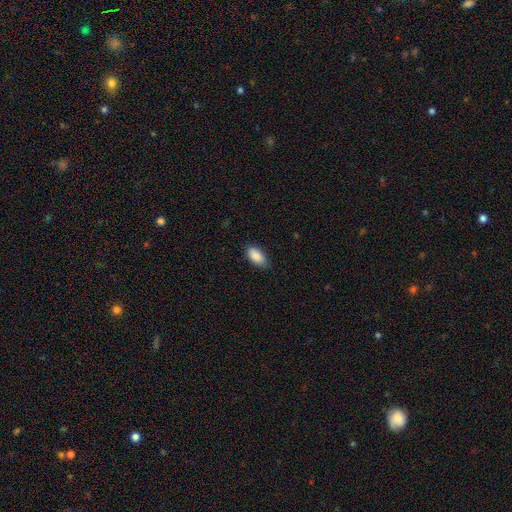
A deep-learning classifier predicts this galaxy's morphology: smooth_or_featured: smooth (p=0.89) [alt: star or artifact p=0.06]
how_rounded: in between (p=0.93) [alt: cigar-shaped p=0.04]
merging: none (p=0.78) [alt: minor disturbance p=0.18]